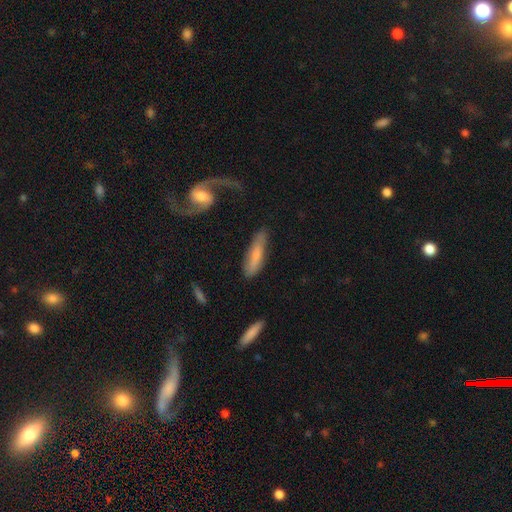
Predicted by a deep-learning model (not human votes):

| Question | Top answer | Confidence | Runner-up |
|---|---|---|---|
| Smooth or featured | smooth | 61% | featured or disk (33%) |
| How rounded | cigar-shaped | 72% | in between (26%) |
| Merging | none | 68% | minor disturbance (21%) |